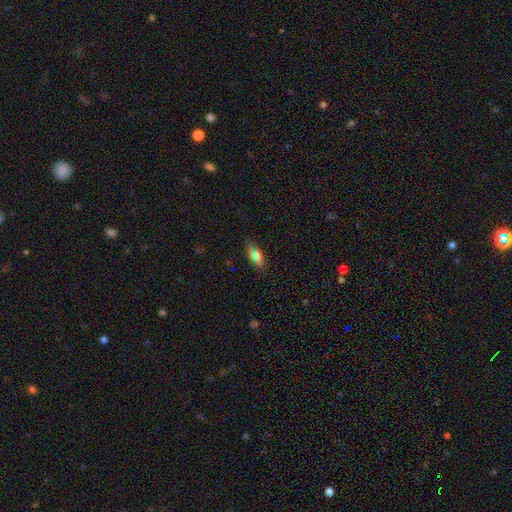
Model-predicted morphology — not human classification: A smooth galaxy with no disk features (73%) that is in between round and cigar-shaped (74%).

Vote fractions:
- Smooth or featured? smooth: 73% / featured or disk: 19% / star or artifact: 8%
- How rounded? in between: 74% / cigar-shaped: 23% / round: 3%
- Merging? none: 80% / minor disturbance: 16% / major disturbance: 3% / merger: 1%